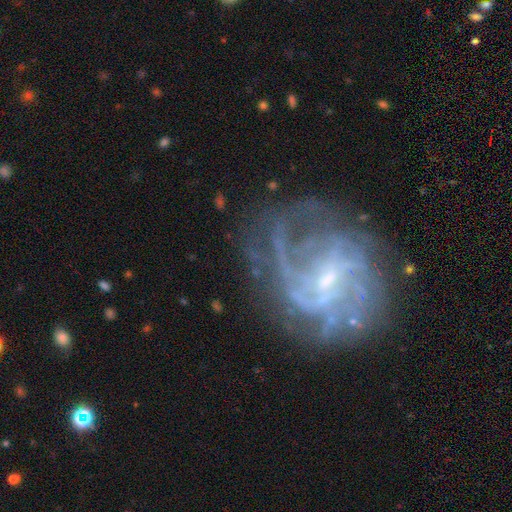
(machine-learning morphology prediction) Smooth or featured? featured or disk (84%)
Edge-on disk? no (98%)
Bar? weak (53%)
Spiral arms? yes (90%)
Spiral winding? medium (41%)
Spiral arm count? can't tell (38%)
Bulge size? small (63%)
Merging? none (57%)